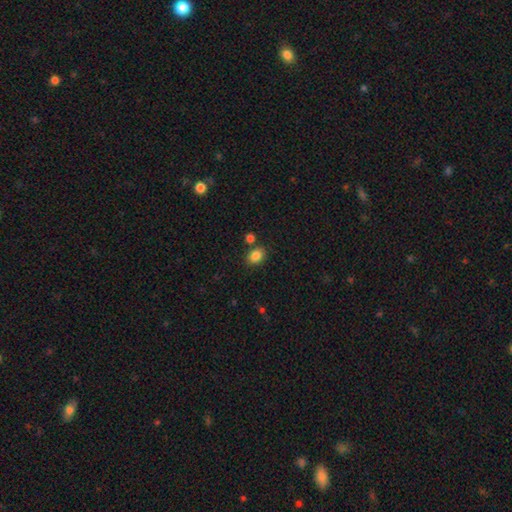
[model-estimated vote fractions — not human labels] A smooth galaxy with no disk features (85%) that is in between round and cigar-shaped (65%). Merging: none (79%).